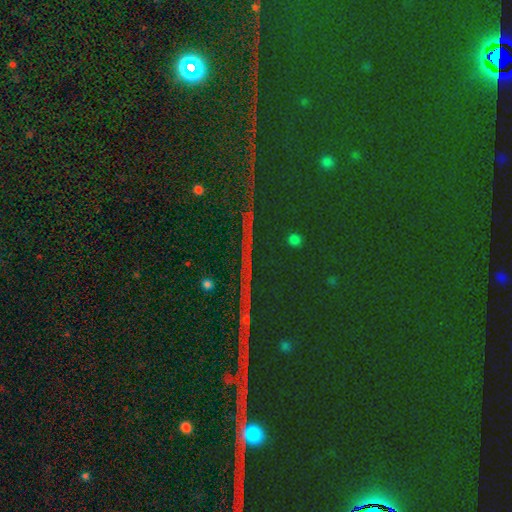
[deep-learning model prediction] A star or artifact, not a galaxy (85%).

Vote fractions:
- Smooth or featured? star or artifact: 85% / featured or disk: 8% / smooth: 7%